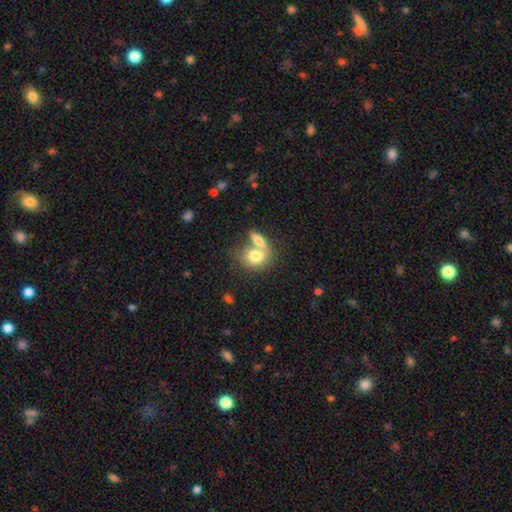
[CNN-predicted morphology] Smooth or featured: smooth — 75% (featured or disk — 18%)
How rounded: in between — 54% (round — 43%)
Merging: merger — 58% (none — 30%)